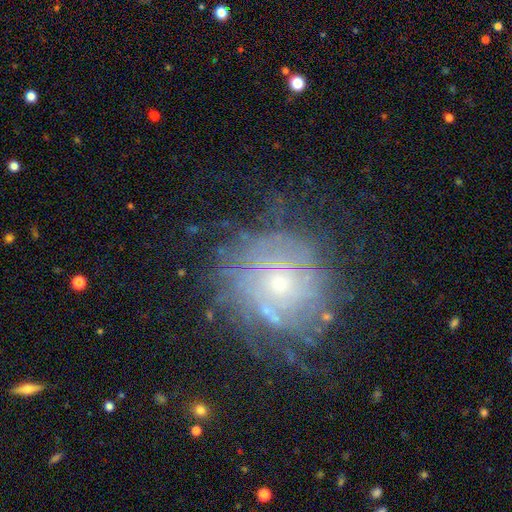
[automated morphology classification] Smooth or featured? featured or disk (56%)
Edge-on disk? no (95%)
Bar? no (82%)
Spiral arms? yes (65%)
Bulge size? small (53%)
Merging? none (71%)